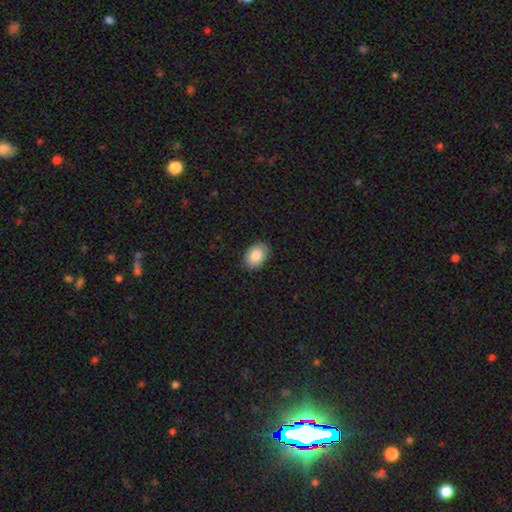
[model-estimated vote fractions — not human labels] smooth-or-featured: smooth: 86% | star or artifact: 7% | featured or disk: 6%
  how-rounded: in between: 78% | round: 21% | cigar-shaped: 1%
  merging: none: 87% | minor disturbance: 10% | major disturbance: 2% | merger: 1%